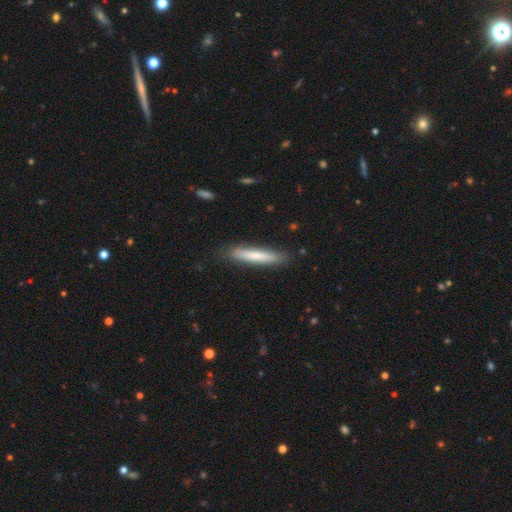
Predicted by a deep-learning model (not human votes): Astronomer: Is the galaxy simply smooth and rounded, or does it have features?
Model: smooth — 69%.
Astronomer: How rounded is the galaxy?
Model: cigar-shaped — 92%.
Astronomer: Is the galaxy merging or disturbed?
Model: none — 84%.